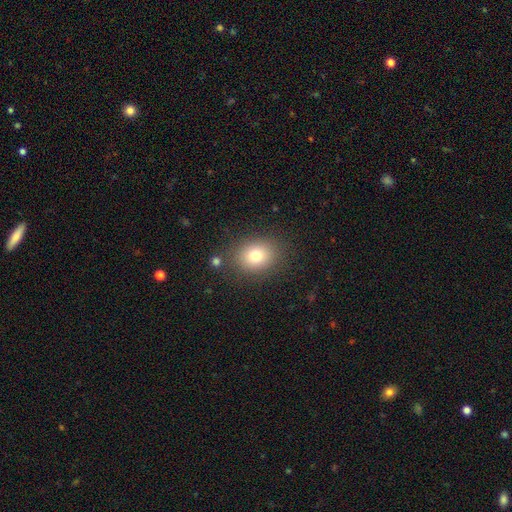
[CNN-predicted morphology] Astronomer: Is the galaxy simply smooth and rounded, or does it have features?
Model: smooth — 76%.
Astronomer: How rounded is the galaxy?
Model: round — 58% (runner-up: in between, 41%).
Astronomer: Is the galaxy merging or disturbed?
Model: none — 83%.